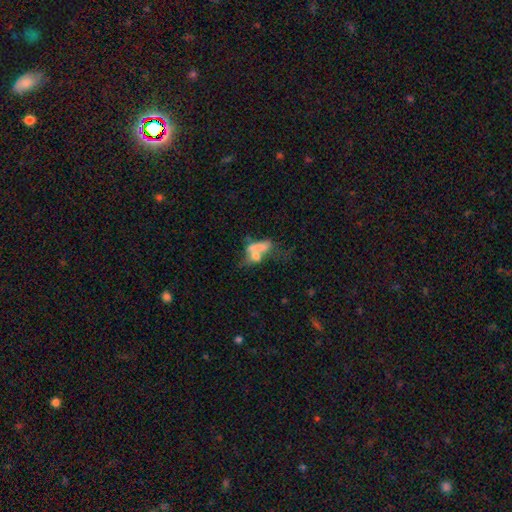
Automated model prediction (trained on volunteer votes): A smooth galaxy with no disk features (39%). Merging: merger (40%).